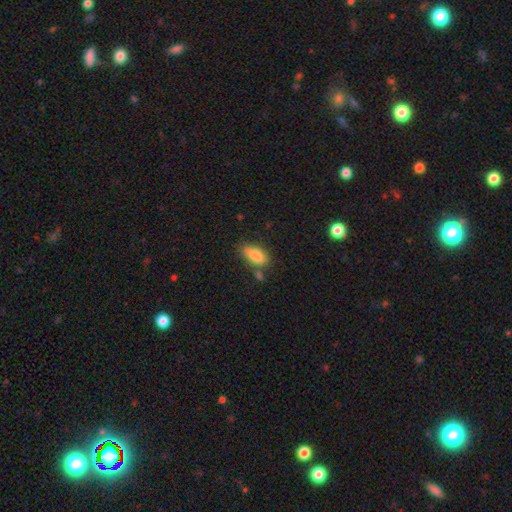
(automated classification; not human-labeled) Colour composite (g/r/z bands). It shows a smooth galaxy with no disk features (85%) that is in between round and cigar-shaped (87%). Merging: none (60%).